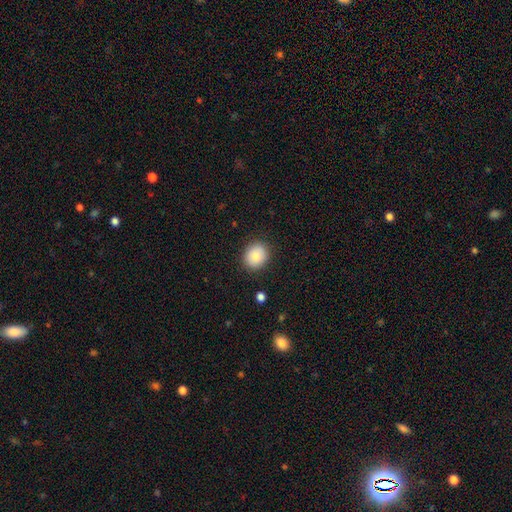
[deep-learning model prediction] The model was most divided on "how rounded": round: 73%, in between: 26%, cigar-shaped: 1%. More confident: merging — none (88%); smooth or featured — smooth (83%).